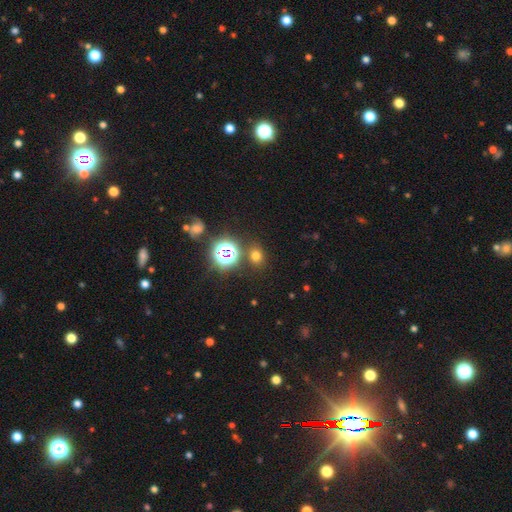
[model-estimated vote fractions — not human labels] smooth_or_featured: smooth (p=0.65) [alt: star or artifact p=0.29]
how_rounded: round (p=0.65) [alt: in between p=0.34]
merging: none (p=0.82) [alt: minor disturbance p=0.09]